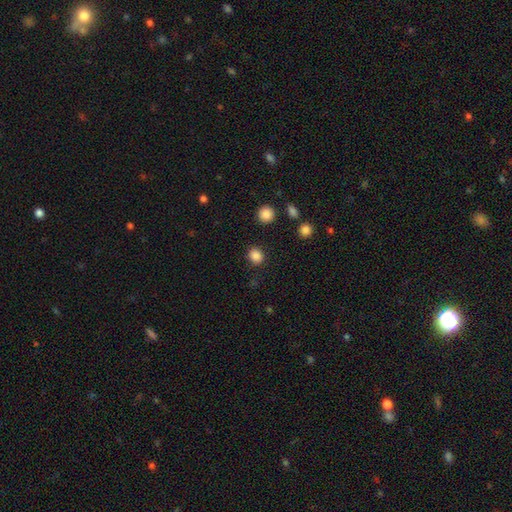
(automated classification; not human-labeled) A smooth galaxy with no disk features (85%) that is round (73%).

Vote fractions:
- Smooth or featured? smooth: 85% / star or artifact: 11% / featured or disk: 3%
- How rounded? round: 73% / in between: 26% / cigar-shaped: 1%
- Merging? none: 88% / minor disturbance: 7% / major disturbance: 3% / merger: 2%